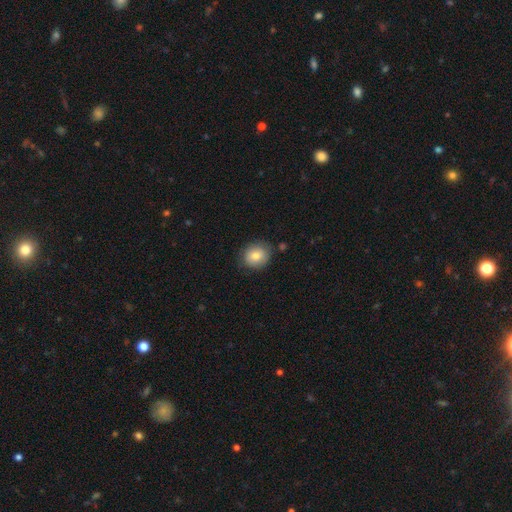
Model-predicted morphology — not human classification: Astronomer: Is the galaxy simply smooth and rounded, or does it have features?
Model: smooth — 82%.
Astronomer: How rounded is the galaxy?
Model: round — 73%.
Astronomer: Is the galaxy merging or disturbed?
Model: none — 80%.